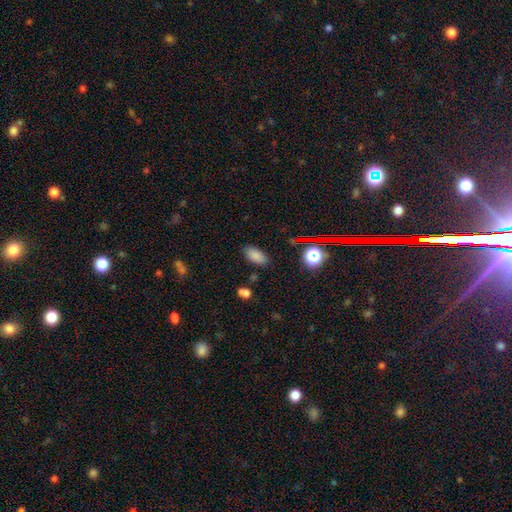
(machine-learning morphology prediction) Smooth or featured?
  - smooth: 83% *
  - star or artifact: 12%
  - featured or disk: 5%
How rounded?
  - in between: 91% *
  - cigar-shaped: 6%
  - round: 4%
Merging?
  - none: 86% *
  - minor disturbance: 9%
  - major disturbance: 3%
  - merger: 2%